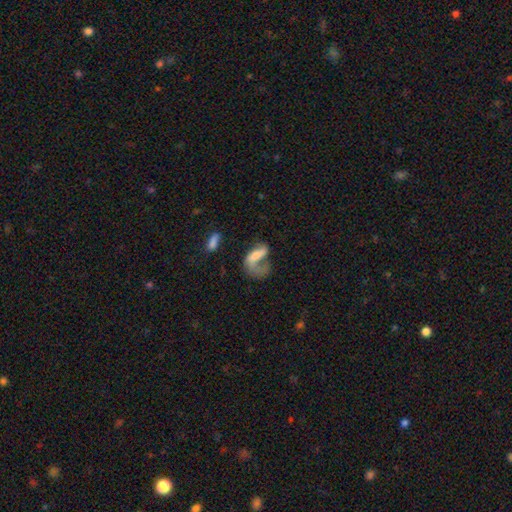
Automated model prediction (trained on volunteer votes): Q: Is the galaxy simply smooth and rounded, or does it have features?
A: featured or disk — 49%.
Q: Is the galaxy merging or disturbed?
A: major disturbance — 52%.